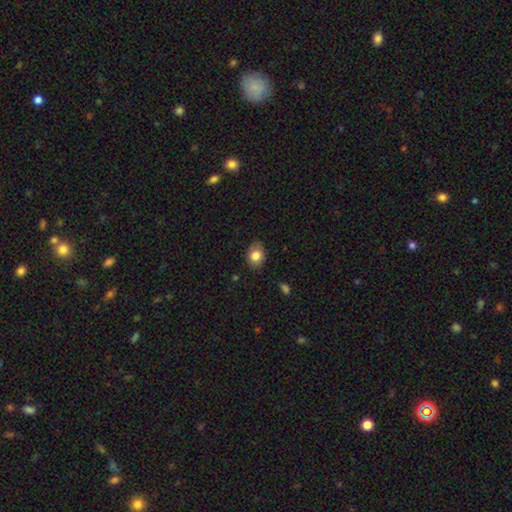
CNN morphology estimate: A smooth galaxy with no disk features (83%) that is in between round and cigar-shaped (65%).

Vote fractions:
- Smooth or featured? smooth: 83% / featured or disk: 9% / star or artifact: 8%
- How rounded? in between: 65% / round: 34% / cigar-shaped: 1%
- Merging? none: 81% / minor disturbance: 15% / major disturbance: 3% / merger: 1%